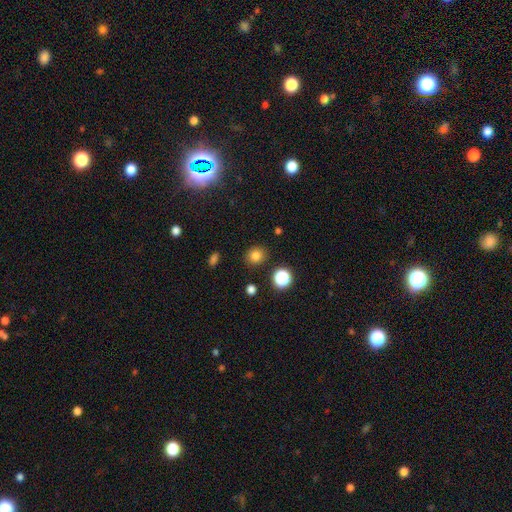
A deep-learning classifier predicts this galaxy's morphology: A smooth galaxy with no disk features (80%) that is round (78%).

Vote fractions:
- Smooth or featured? smooth: 80% / star or artifact: 14% / featured or disk: 5%
- How rounded? round: 78% / in between: 21% / cigar-shaped: 1%
- Merging? none: 87% / minor disturbance: 8% / major disturbance: 3% / merger: 2%